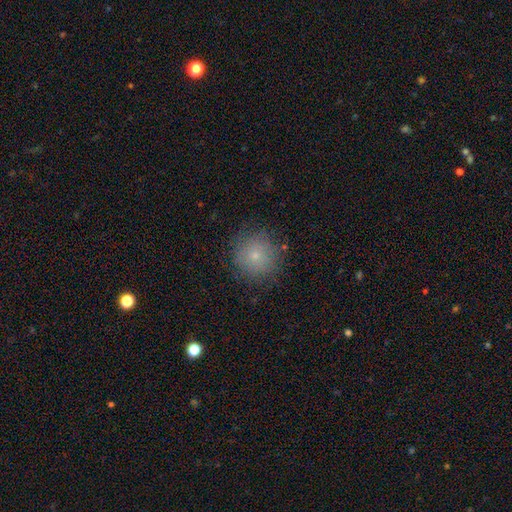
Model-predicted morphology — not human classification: Smooth or featured? smooth (76%)
How rounded? round (93%)
Merging? none (82%)